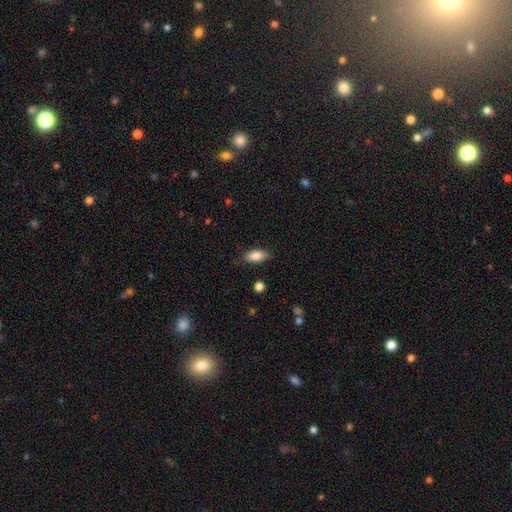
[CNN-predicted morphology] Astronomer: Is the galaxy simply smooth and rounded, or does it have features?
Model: smooth — 86%.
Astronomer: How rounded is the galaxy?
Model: in between — 86%.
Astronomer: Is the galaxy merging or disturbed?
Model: none — 84%.